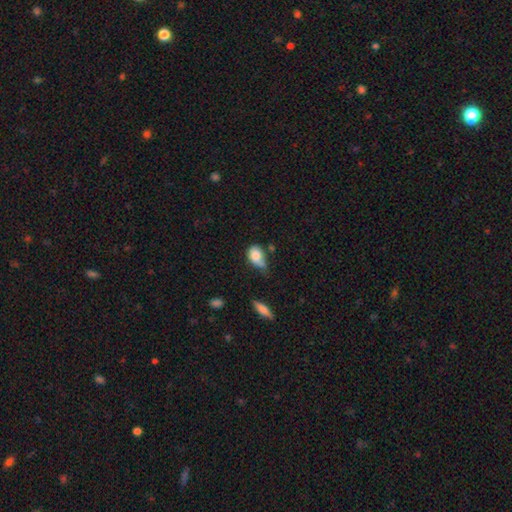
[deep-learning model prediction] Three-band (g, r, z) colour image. It shows a smooth galaxy with no disk features (79%) that is in between round and cigar-shaped (73%). Merging: minor disturbance (40%).